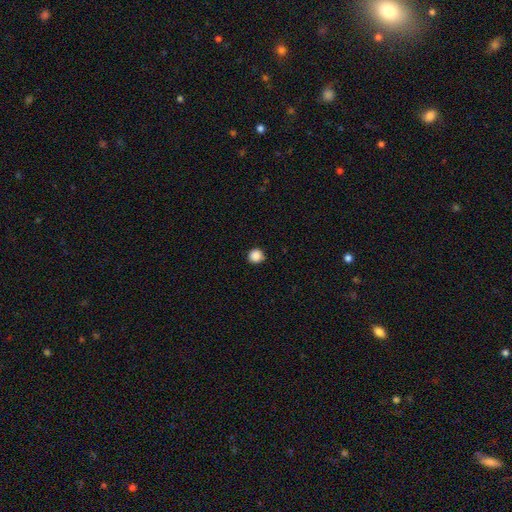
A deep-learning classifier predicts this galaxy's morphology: This is clearly a smooth galaxy (87%). How rounded: clearly round (95%). Merging: clearly none (89%).